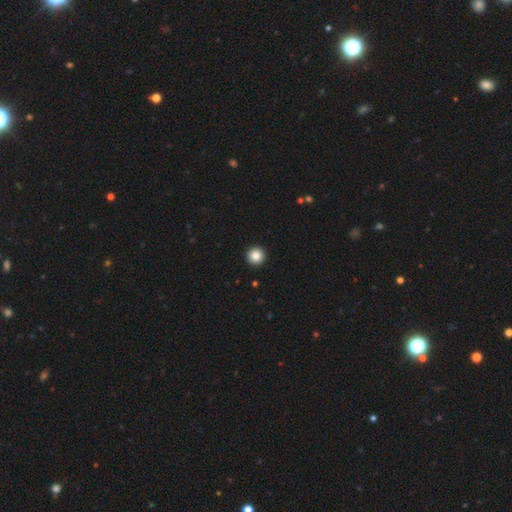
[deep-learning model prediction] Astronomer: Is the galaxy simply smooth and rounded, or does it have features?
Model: smooth — 85%.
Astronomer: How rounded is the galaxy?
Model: round — 97%.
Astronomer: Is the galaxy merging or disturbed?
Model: none — 94%.